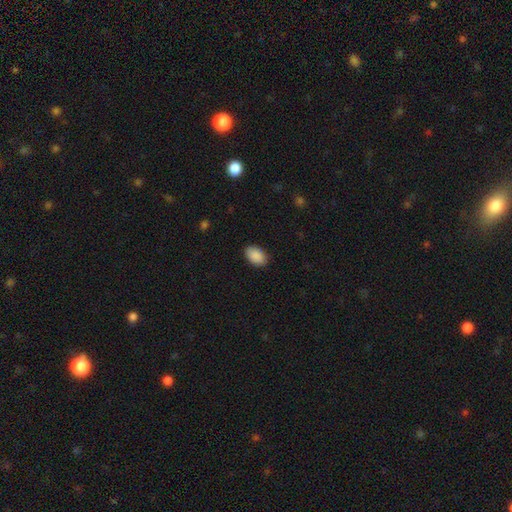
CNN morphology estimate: Smooth or featured? Predicted: smooth (p=0.90). How rounded? Predicted: in between (p=0.91). Merging? Predicted: none (p=0.88).